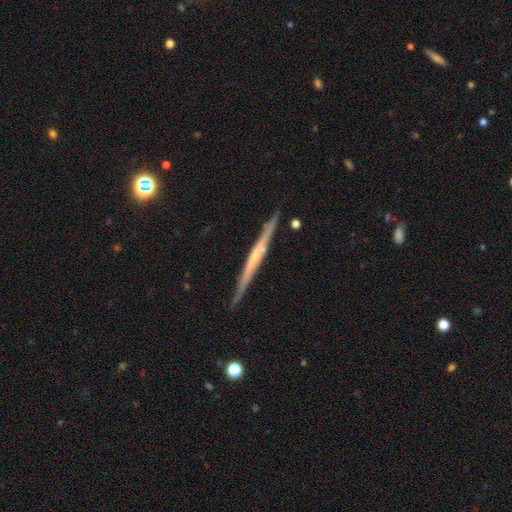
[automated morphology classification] smooth-or-featured: featured or disk: 73% | smooth: 21% | star or artifact: 6%
  disk-edge-on: yes: 98% | no: 2%
    edge-on-bulge: none: 49% | rounded: 42% | boxy: 9%
  merging: none: 88% | minor disturbance: 9% | merger: 2% | major disturbance: 2%